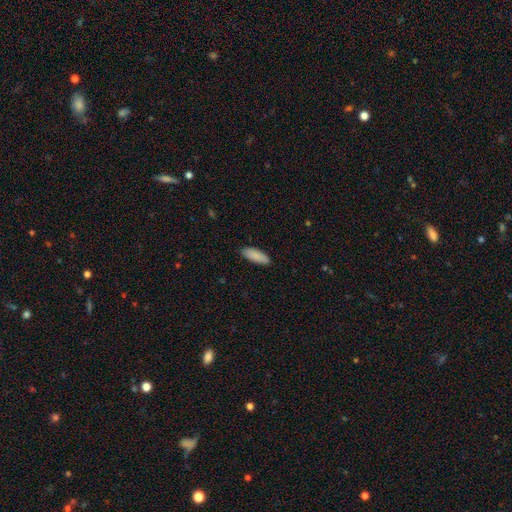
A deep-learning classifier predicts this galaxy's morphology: smooth 89%, star or artifact 6%, featured or disk 6%. Down the decision tree: how rounded — in between (72%); merging — none (87%).